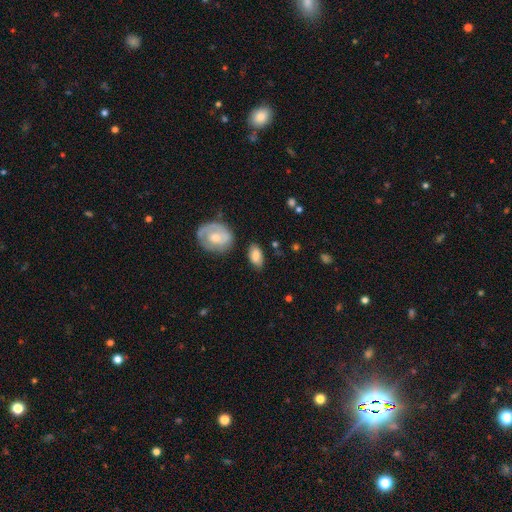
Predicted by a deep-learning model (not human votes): smooth_or_featured: smooth (p=0.78) [alt: featured or disk p=0.16]
how_rounded: in between (p=0.91) [alt: round p=0.07]
merging: none (p=0.71) [alt: minor disturbance p=0.19]